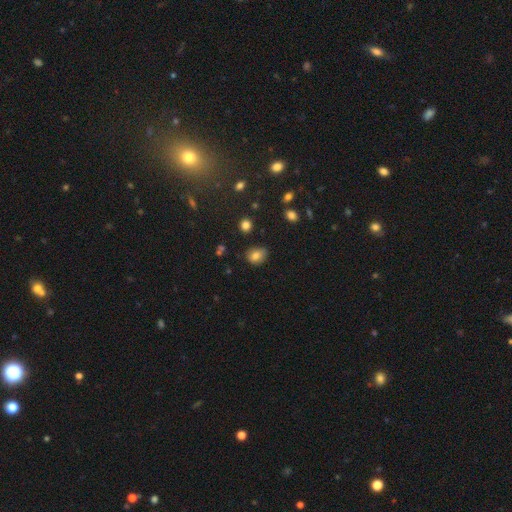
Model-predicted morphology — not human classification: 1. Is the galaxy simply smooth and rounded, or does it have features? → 79% smooth, 12% star or artifact, 9% featured or disk.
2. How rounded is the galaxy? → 53% in between, 46% round, 1% cigar-shaped.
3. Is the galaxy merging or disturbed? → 70% none, 22% minor disturbance, 5% major disturbance, 3% merger.